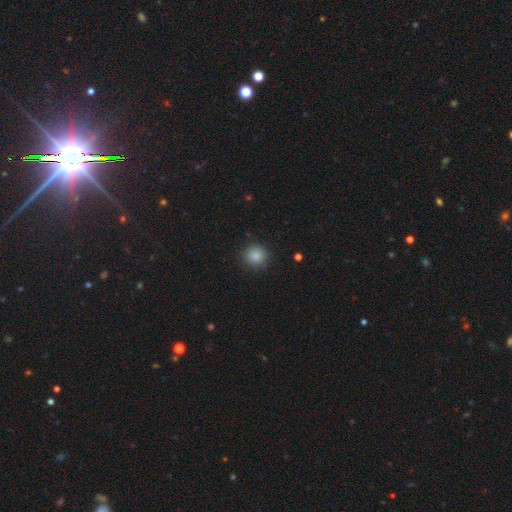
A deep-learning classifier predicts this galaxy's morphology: Smooth or featured?
  - smooth: 84% *
  - star or artifact: 11%
  - featured or disk: 5%
How rounded?
  - round: 92% *
  - in between: 7%
  - cigar-shaped: 1%
Merging?
  - none: 89% *
  - minor disturbance: 7%
  - major disturbance: 2%
  - merger: 1%